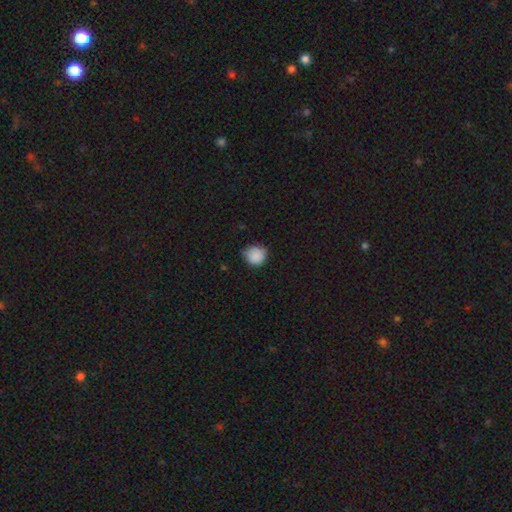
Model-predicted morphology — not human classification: smooth 87%, star or artifact 8%, featured or disk 4%. Down the decision tree: how rounded — round (86%); merging — none (63%).